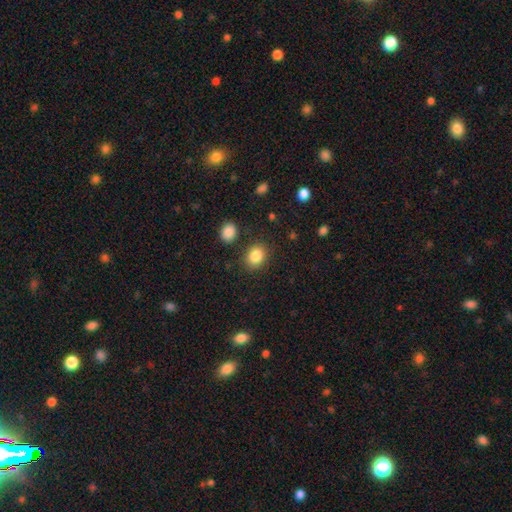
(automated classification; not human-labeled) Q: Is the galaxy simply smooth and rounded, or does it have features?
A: smooth — 86%.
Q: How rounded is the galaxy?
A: in between — 52%.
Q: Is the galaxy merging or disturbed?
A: none — 84%.